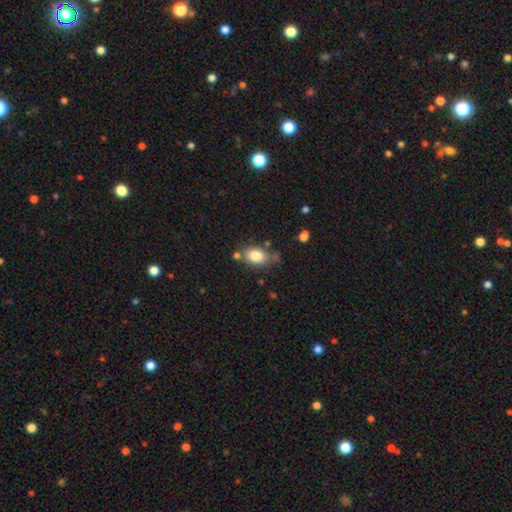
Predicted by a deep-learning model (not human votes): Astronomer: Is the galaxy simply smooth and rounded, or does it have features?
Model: smooth — 81%.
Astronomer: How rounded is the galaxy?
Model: in between — 80%.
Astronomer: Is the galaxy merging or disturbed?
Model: none — 62%.